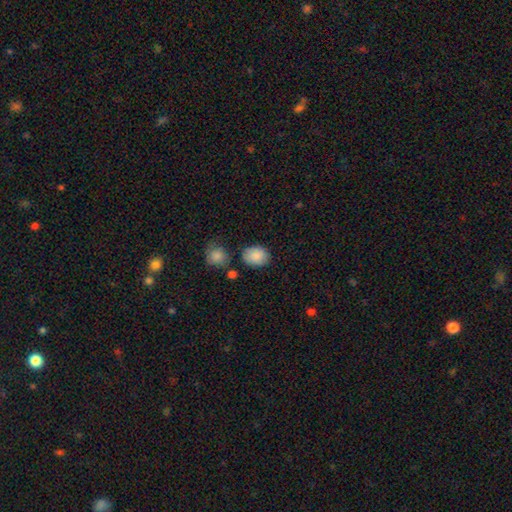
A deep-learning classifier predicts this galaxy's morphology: smooth_or_featured: smooth (p=0.87) [alt: star or artifact p=0.08]
how_rounded: in between (p=0.53) [alt: round p=0.46]
merging: none (p=0.76) [alt: minor disturbance p=0.14]